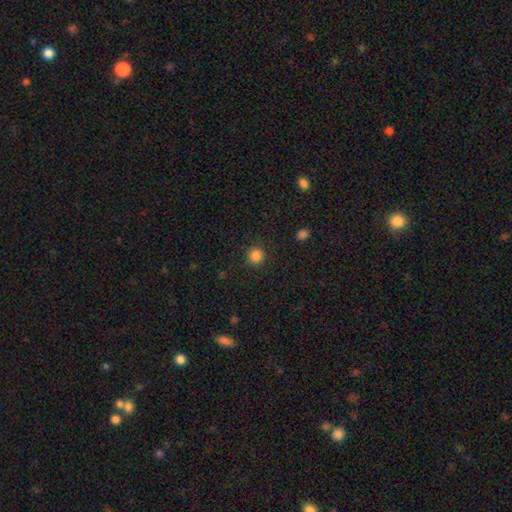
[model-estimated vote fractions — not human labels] Overall: smooth (86%). How rounded: round (92%). Merging: none (90%).